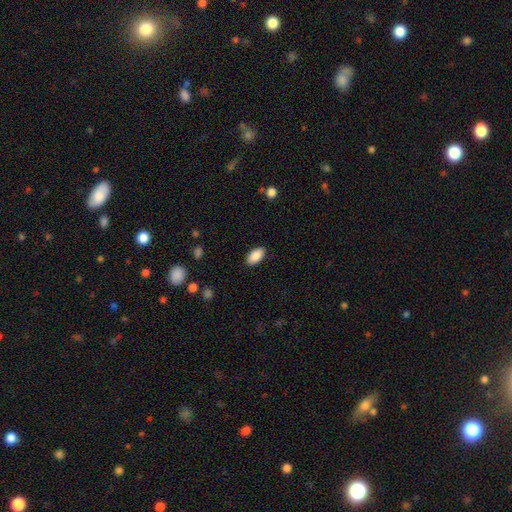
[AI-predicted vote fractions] smooth_or_featured: smooth (p=0.89) [alt: star or artifact p=0.07]
how_rounded: in between (p=0.94) [alt: round p=0.04]
merging: none (p=0.87) [alt: minor disturbance p=0.09]